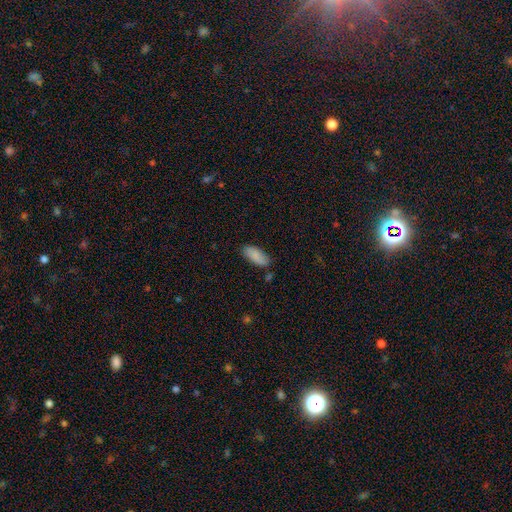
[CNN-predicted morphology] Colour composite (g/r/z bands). It shows a smooth galaxy with no disk features (86%) that is in between round and cigar-shaped (86%). Merging: none (79%).